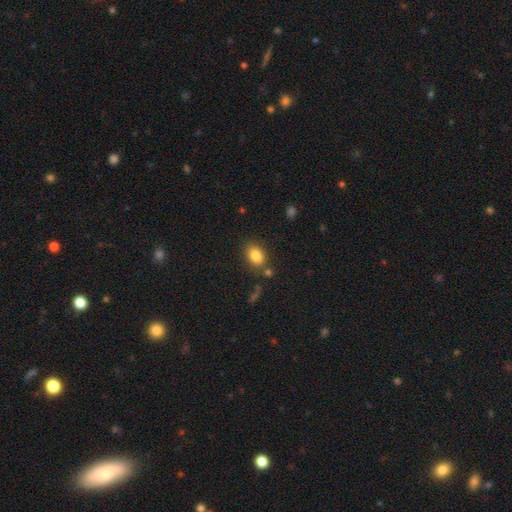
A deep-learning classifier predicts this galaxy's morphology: A smooth galaxy with no disk features (85%) that is in between round and cigar-shaped (81%). Merging: none (77%).